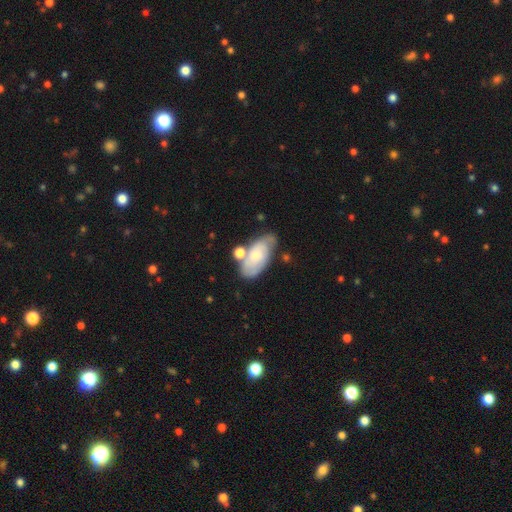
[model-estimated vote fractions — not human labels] Smooth or featured: featured or disk — 53% (smooth — 40%)
Edge-on disk: no — 93% (yes — 7%)
Merging: none — 51% (minor disturbance — 23%)